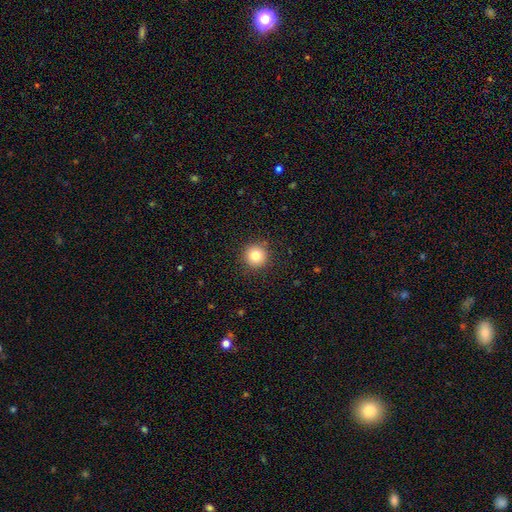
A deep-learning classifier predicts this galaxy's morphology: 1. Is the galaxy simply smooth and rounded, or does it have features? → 81% smooth, 11% star or artifact, 8% featured or disk.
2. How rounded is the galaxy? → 95% round, 4% in between, 1% cigar-shaped.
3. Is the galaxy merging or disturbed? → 91% none, 6% minor disturbance, 2% major disturbance, 1% merger.